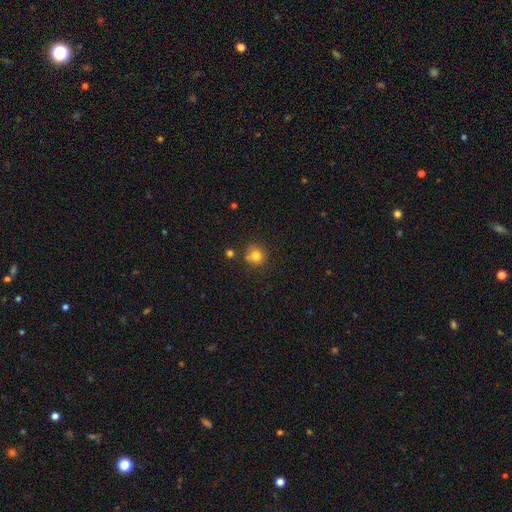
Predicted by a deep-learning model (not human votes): Smooth or featured: smooth — 78% (star or artifact — 13%)
How rounded: round — 87% (in between — 12%)
Merging: none — 70% (minor disturbance — 16%)